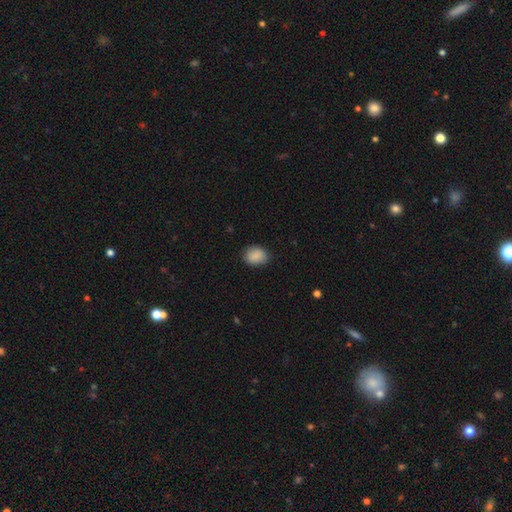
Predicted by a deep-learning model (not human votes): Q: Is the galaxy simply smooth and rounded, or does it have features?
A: smooth — 88%.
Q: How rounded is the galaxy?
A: in between — 60%.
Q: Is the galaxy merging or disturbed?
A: none — 83%.